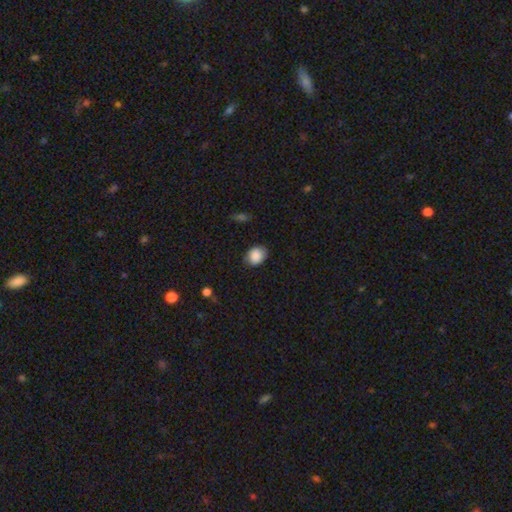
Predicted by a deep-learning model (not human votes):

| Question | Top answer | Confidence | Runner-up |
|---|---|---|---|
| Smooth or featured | smooth | 87% | star or artifact (8%) |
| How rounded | in between | 55% | round (44%) |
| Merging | none | 75% | minor disturbance (20%) |